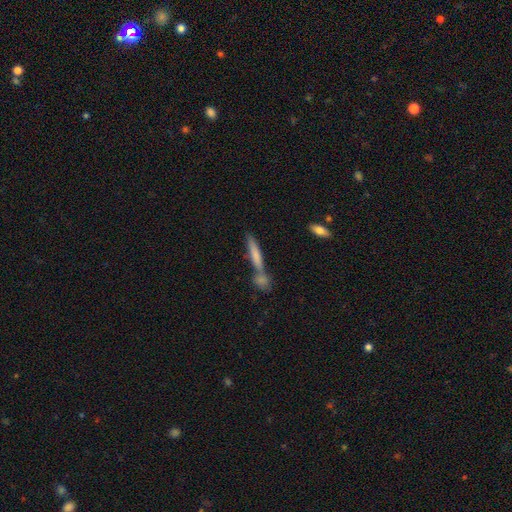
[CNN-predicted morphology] A smooth galaxy with no disk features (68%) that is cigar-shaped (89%). Merging: none (51%).